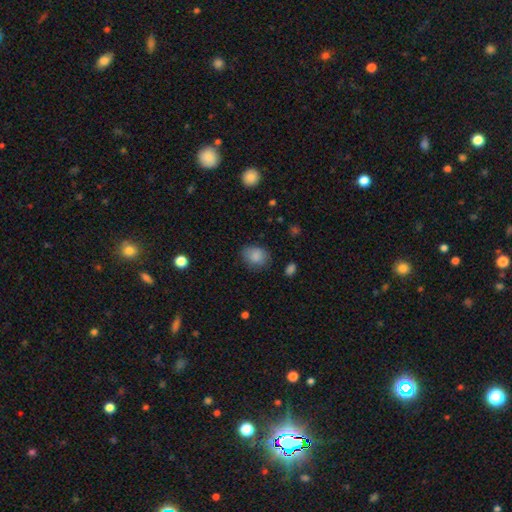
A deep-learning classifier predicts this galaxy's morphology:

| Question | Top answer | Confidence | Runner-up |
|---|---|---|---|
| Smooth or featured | smooth | 85% | star or artifact (8%) |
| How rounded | round | 50% | in between (49%) |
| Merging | none | 73% | minor disturbance (20%) |